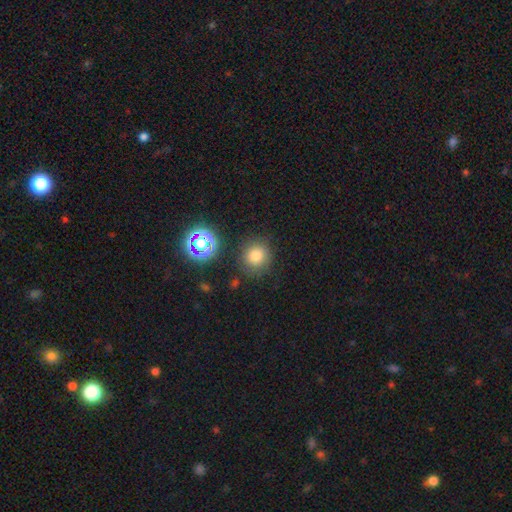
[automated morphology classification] Q: Smooth or featured?
A: smooth (75%); runner-up: star or artifact (17%)
Q: How rounded?
A: round (90%); runner-up: in between (9%)
Q: Merging?
A: none (84%); runner-up: minor disturbance (9%)